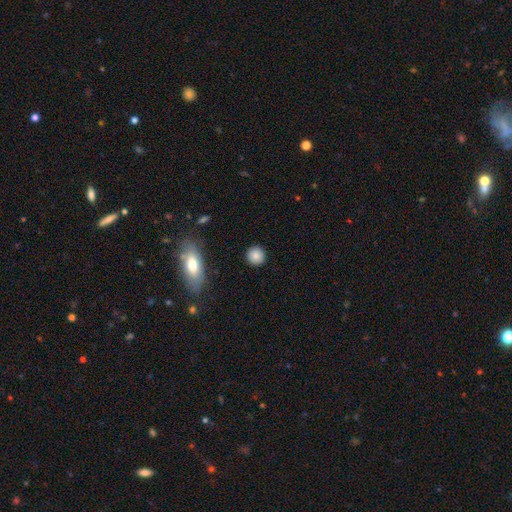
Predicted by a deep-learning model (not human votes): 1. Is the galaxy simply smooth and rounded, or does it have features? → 86% smooth, 9% star or artifact, 6% featured or disk.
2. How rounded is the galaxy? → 92% round, 7% in between, 1% cigar-shaped.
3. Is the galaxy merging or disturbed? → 91% none, 6% minor disturbance, 2% major disturbance, 1% merger.